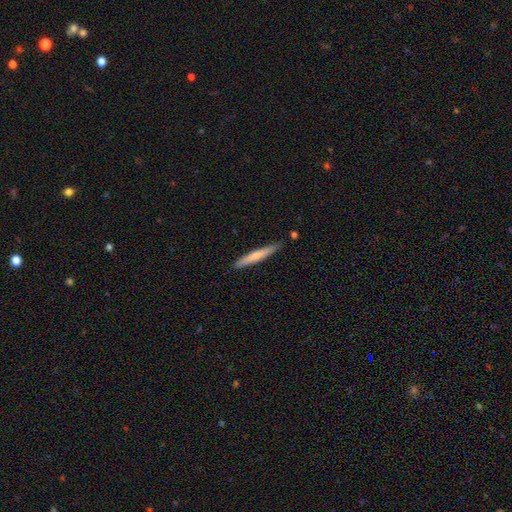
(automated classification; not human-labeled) Q: Smooth or featured?
A: smooth (66%); runner-up: featured or disk (29%)
Q: How rounded?
A: cigar-shaped (95%); runner-up: in between (4%)
Q: Merging?
A: none (86%); runner-up: minor disturbance (10%)